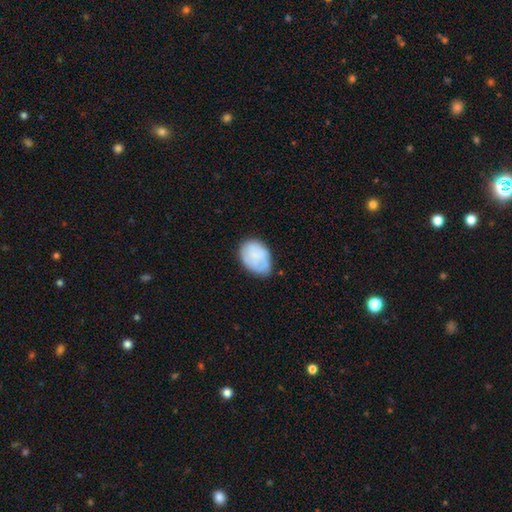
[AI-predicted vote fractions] A smooth galaxy with no disk features (74%) that is in between round and cigar-shaped (80%). Merging: none (63%).